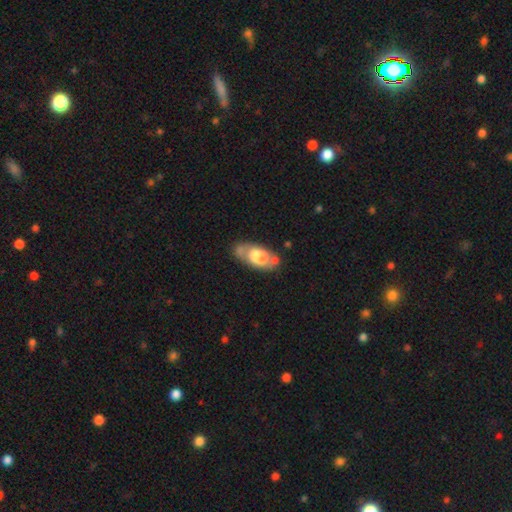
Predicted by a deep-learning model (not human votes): Smooth or featured?
  - smooth: 48% *
  - featured or disk: 45%
  - star or artifact: 7%
Merging?
  - none: 49% *
  - minor disturbance: 22%
  - merger: 19%
  - major disturbance: 10%